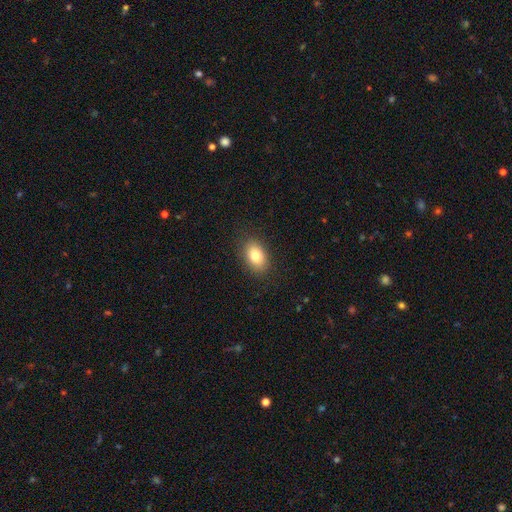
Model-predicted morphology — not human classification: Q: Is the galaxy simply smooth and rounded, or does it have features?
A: smooth — 81%.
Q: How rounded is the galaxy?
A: in between — 85%.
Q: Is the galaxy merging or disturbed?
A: none — 87%.